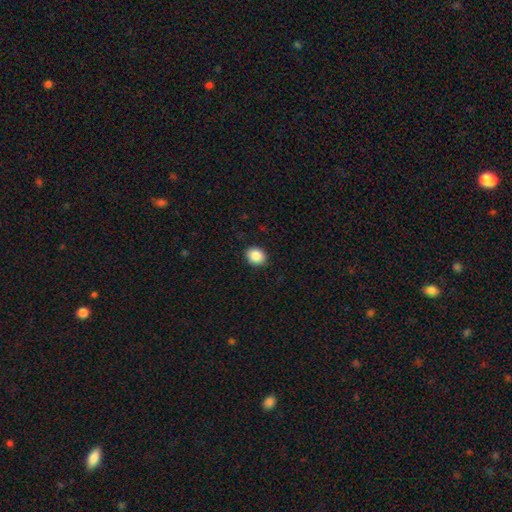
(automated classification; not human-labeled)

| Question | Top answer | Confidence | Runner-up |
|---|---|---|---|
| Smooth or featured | smooth | 88% | star or artifact (8%) |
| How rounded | round | 60% | in between (39%) |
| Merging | none | 89% | minor disturbance (8%) |